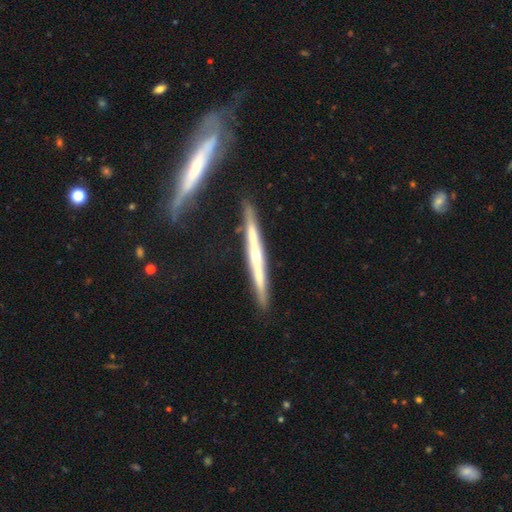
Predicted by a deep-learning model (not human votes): A featured or disk galaxy (75%) viewed edge-on (97%) with a rounded central bulge (60%). Merging: none (85%).